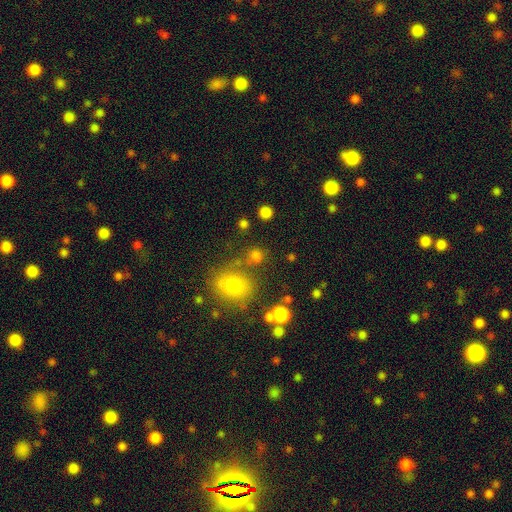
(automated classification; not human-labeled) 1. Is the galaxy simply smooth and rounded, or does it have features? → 75% smooth, 18% star or artifact, 7% featured or disk.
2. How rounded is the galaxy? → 80% round, 18% in between, 1% cigar-shaped.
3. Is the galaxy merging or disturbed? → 70% none, 13% merger, 11% minor disturbance, 5% major disturbance.